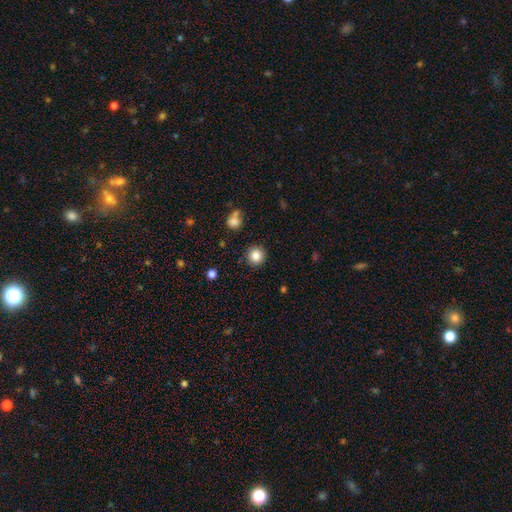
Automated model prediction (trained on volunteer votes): smooth 85%, star or artifact 10%, featured or disk 5%. Down the decision tree: how rounded — round (92%); merging — none (88%).